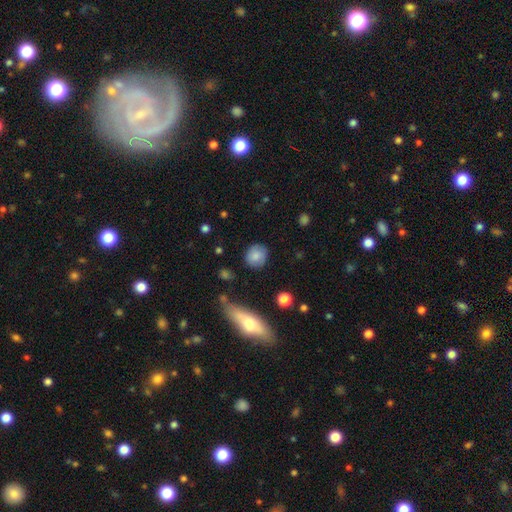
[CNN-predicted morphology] A smooth galaxy with no disk features (79%) that is round (80%). Merging: none (83%).